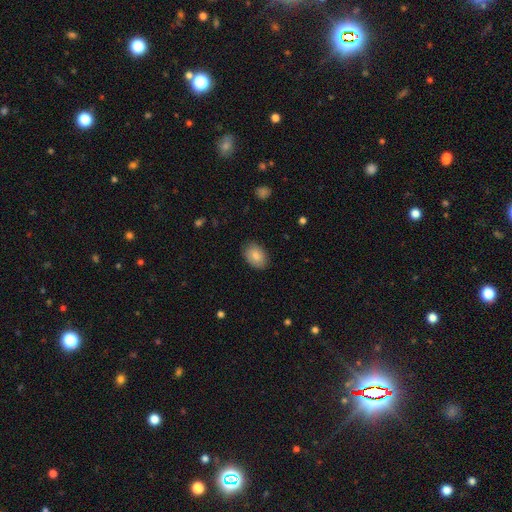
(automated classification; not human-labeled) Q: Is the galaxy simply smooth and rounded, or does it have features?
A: smooth — 84%.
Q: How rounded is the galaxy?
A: in between — 82%.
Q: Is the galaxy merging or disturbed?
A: none — 86%.